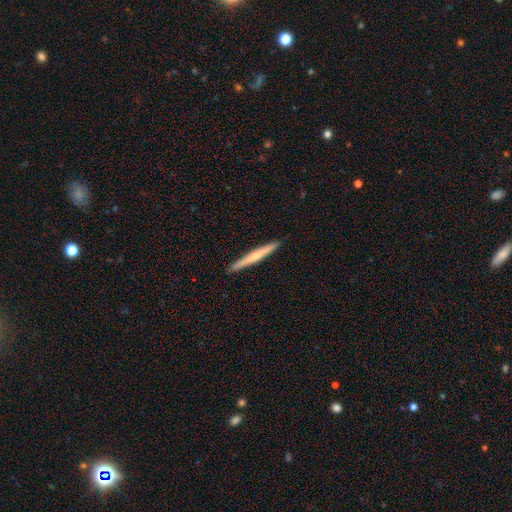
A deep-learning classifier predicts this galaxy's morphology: A smooth galaxy with no disk features (57%) that is cigar-shaped (97%).

Vote fractions:
- Smooth or featured? smooth: 57% / featured or disk: 38% / star or artifact: 5%
- How rounded? cigar-shaped: 97% / in between: 2% / round: 1%
- Merging? none: 93% / minor disturbance: 5% / major disturbance: 1% / merger: 1%